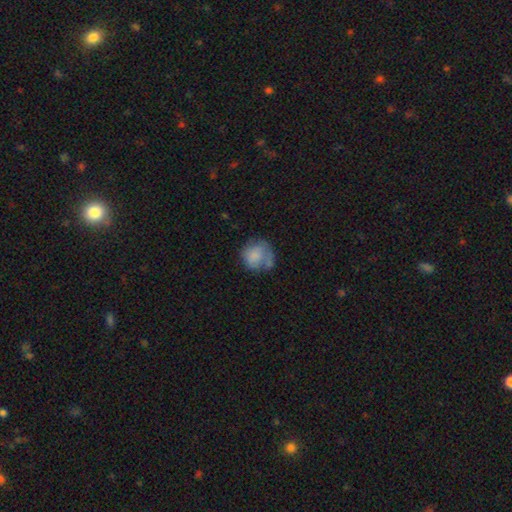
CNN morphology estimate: A smooth galaxy with no disk features (71%) that is round (81%).

Vote fractions:
- Smooth or featured? smooth: 71% / featured or disk: 21% / star or artifact: 8%
- How rounded? round: 81% / in between: 18% / cigar-shaped: 1%
- Merging? none: 49% / minor disturbance: 27% / major disturbance: 17% / merger: 7%